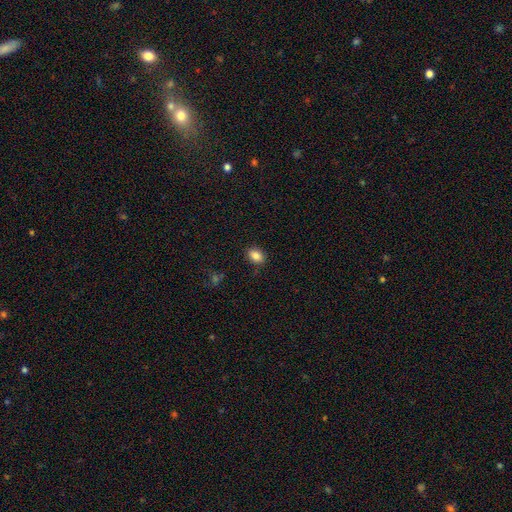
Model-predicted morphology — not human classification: Smooth or featured? smooth (86%)
How rounded? in between (75%)
Merging? none (86%)